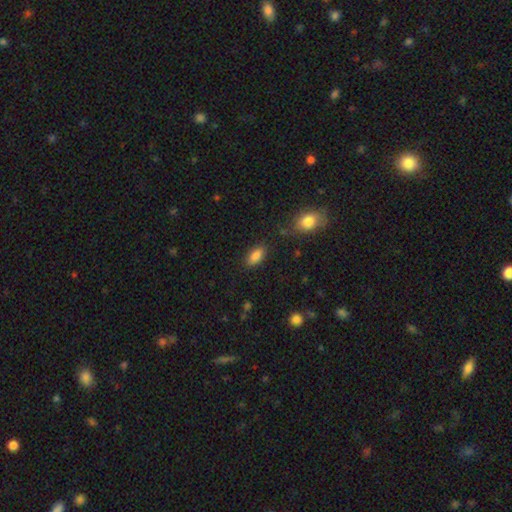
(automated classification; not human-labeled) This appears to be a smooth galaxy with no disk features (85%) that is in between round and cigar-shaped (88%). Merging: none (84%).